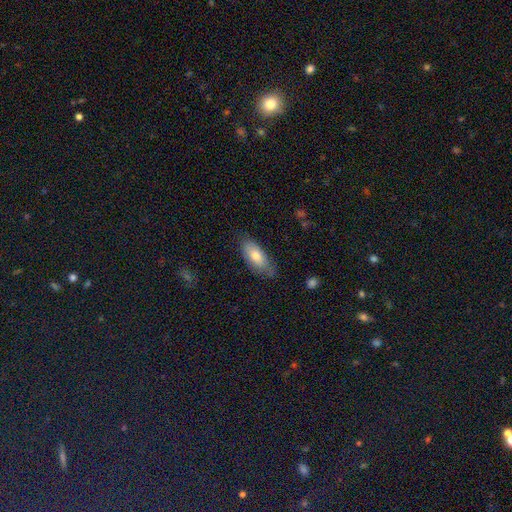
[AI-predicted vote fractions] smooth_or_featured: smooth (p=0.74) [alt: featured or disk p=0.19]
how_rounded: in between (p=0.83) [alt: cigar-shaped p=0.15]
merging: none (p=0.72) [alt: minor disturbance p=0.22]